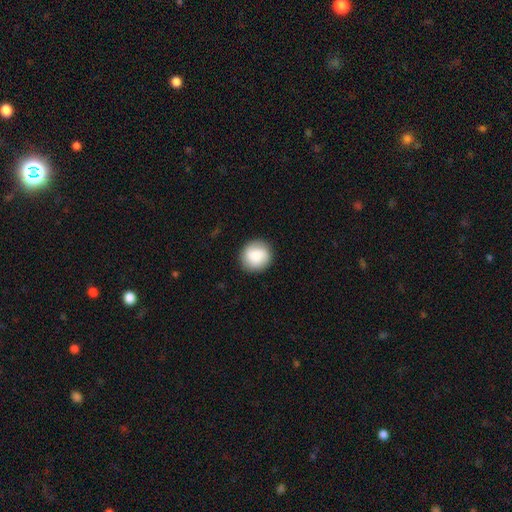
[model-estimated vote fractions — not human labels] Overall: smooth (81%). How rounded: round (89%). Merging: none (88%).